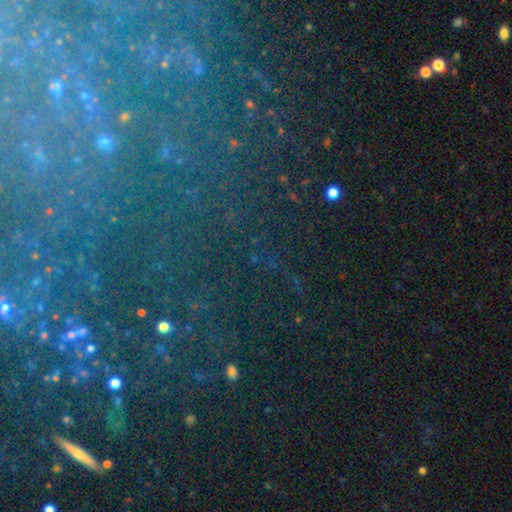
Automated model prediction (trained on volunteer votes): This appears to be a star or artifact, not a galaxy (63%).